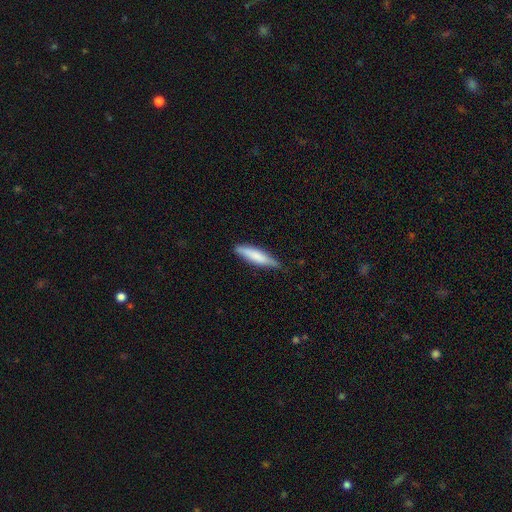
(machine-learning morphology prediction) Smooth or featured?
  - smooth: 73% *
  - featured or disk: 21%
  - star or artifact: 5%
How rounded?
  - cigar-shaped: 80% *
  - in between: 18%
  - round: 1%
Merging?
  - none: 78% *
  - minor disturbance: 18%
  - major disturbance: 3%
  - merger: 1%